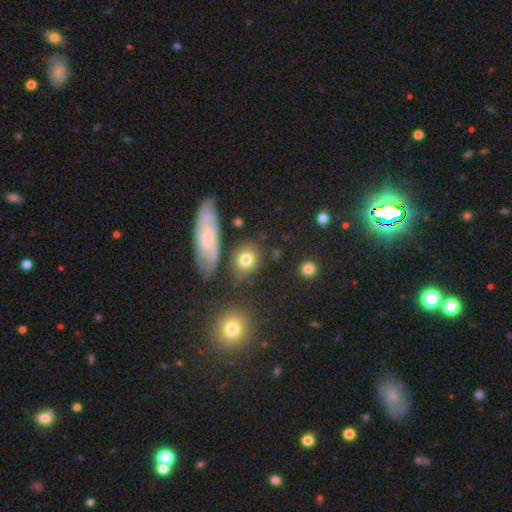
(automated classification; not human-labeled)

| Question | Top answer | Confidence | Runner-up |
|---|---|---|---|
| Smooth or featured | smooth | 36% | featured or disk (34%) |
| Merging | none | 77% | minor disturbance (13%) |